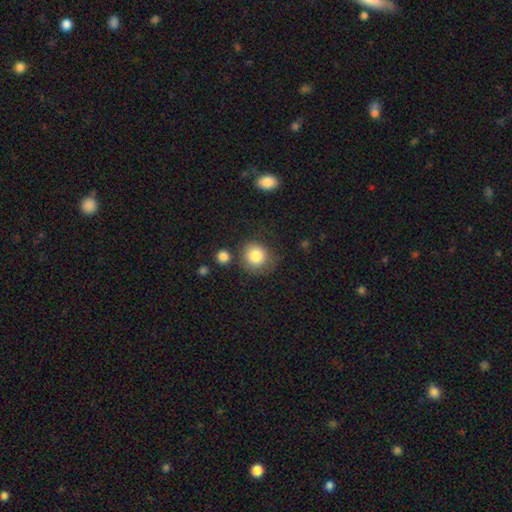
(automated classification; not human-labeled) This is clearly a smooth galaxy (83%). How rounded: clearly round (88%). Merging: likely none (69%).